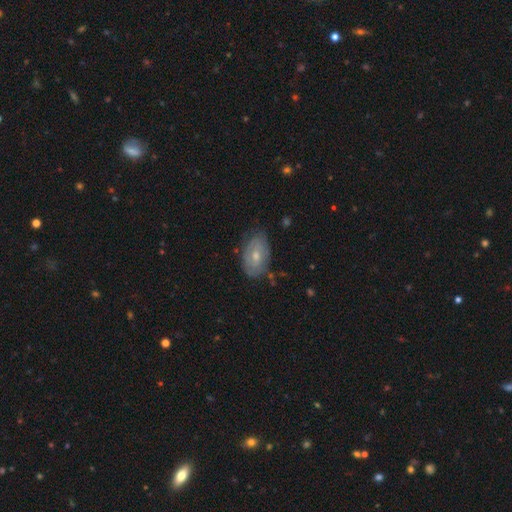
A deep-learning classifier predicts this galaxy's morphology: A featured or disk galaxy (52%).

Vote fractions:
- Smooth or featured? featured or disk: 52% / smooth: 41% / star or artifact: 7%
- Edge-on disk? no: 93% / yes: 7%
- Merging? none: 71% / minor disturbance: 23% / major disturbance: 5% / merger: 2%